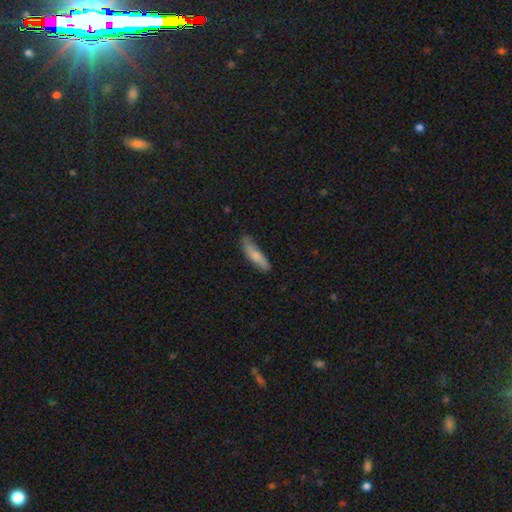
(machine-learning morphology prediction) Smooth or featured? smooth (75%)
How rounded? cigar-shaped (73%)
Merging? none (73%)